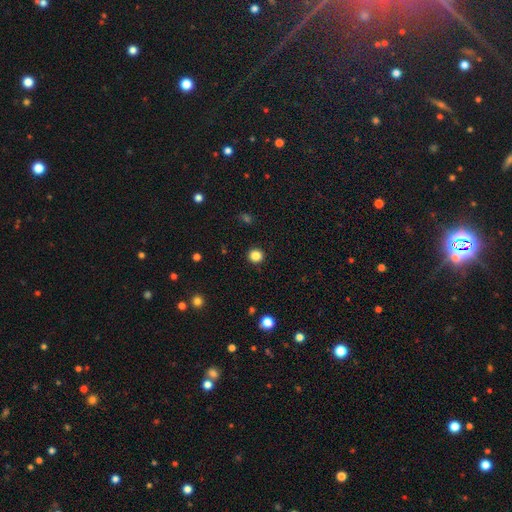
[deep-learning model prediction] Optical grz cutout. It shows a smooth galaxy with no disk features (85%) that is round (93%). Merging: none (93%).